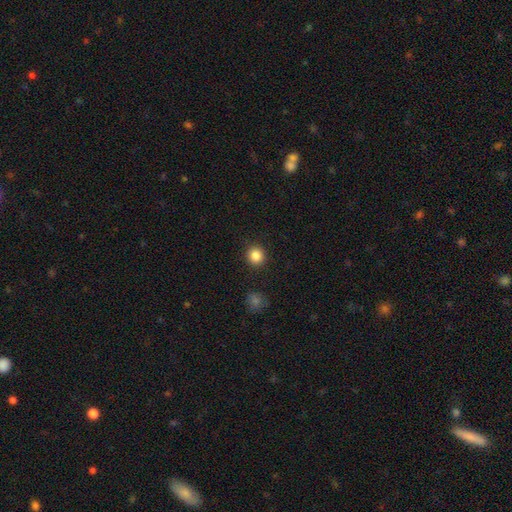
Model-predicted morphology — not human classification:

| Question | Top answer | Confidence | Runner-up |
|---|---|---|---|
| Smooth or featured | smooth | 86% | star or artifact (11%) |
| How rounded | round | 93% | in between (6%) |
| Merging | none | 91% | minor disturbance (5%) |